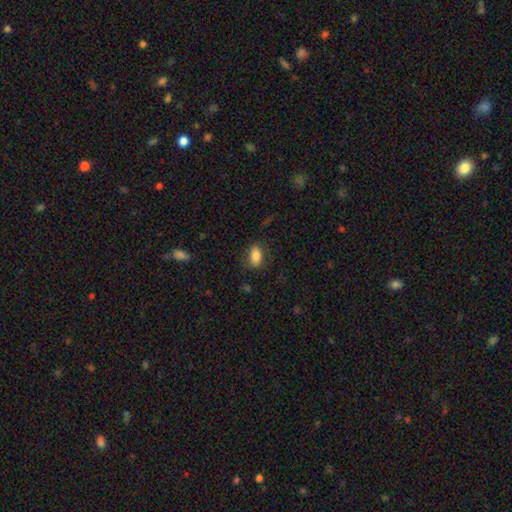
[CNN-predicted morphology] type=smooth (84%); roundness=in between (89%); merging=none (81%).